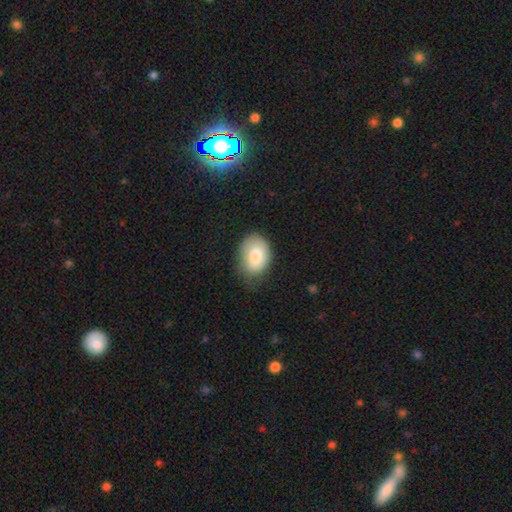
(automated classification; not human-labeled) Smooth or featured: smooth — 82% (featured or disk — 12%)
How rounded: in between — 79% (round — 20%)
Merging: none — 58% (minor disturbance — 32%)